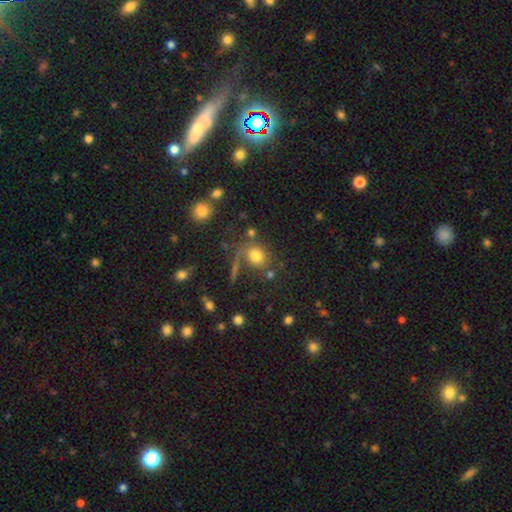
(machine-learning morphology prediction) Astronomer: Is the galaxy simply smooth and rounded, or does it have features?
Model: smooth — 73%.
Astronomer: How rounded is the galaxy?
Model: round — 76%.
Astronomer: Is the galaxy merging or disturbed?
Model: none — 62%.